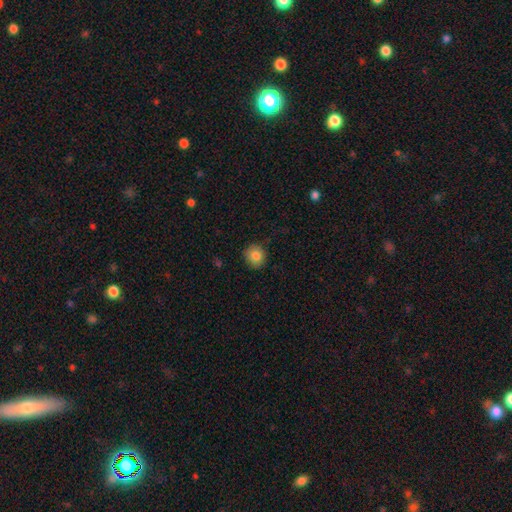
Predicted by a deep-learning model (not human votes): A smooth galaxy with no disk features (84%) that is round (89%).

Vote fractions:
- Smooth or featured? smooth: 84% / star or artifact: 9% / featured or disk: 7%
- How rounded? round: 89% / in between: 10% / cigar-shaped: 1%
- Merging? none: 89% / minor disturbance: 8% / major disturbance: 2% / merger: 1%